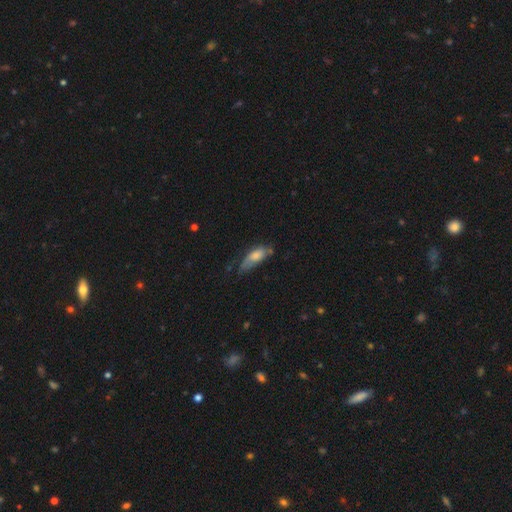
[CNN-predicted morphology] smooth-or-featured: smooth: 69% | featured or disk: 24% | star or artifact: 7%
  how-rounded: in between: 72% | cigar-shaped: 25% | round: 2%
  merging: minor disturbance: 39% | none: 36% | major disturbance: 20% | merger: 5%